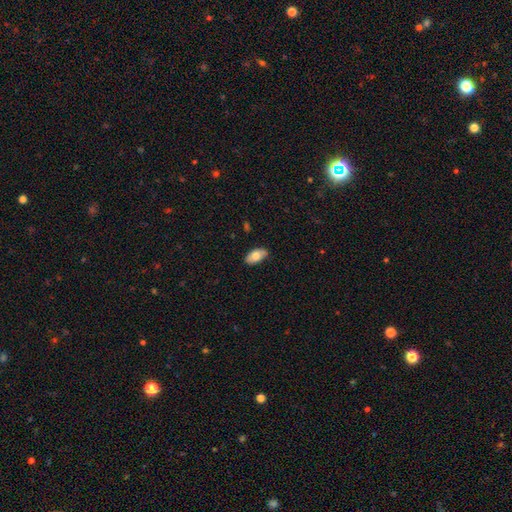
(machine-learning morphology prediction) A smooth galaxy with no disk features (74%) that is in between round and cigar-shaped (94%). Merging: none (85%).